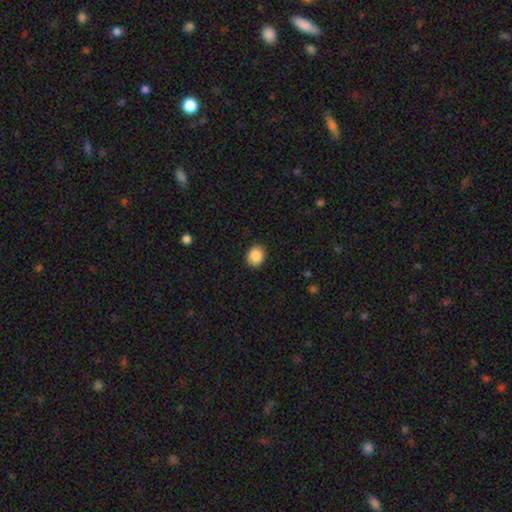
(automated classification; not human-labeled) Q: Smooth or featured?
A: smooth (88%); runner-up: star or artifact (8%)
Q: How rounded?
A: round (61%); runner-up: in between (38%)
Q: Merging?
A: none (89%); runner-up: minor disturbance (8%)